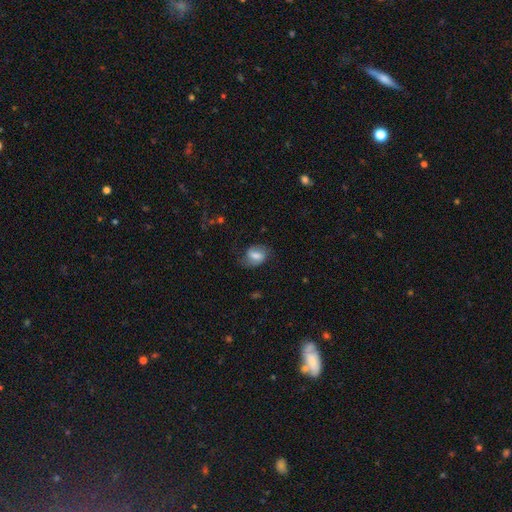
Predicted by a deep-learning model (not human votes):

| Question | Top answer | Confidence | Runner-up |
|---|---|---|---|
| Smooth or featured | smooth | 57% | featured or disk (34%) |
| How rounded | in between | 73% | round (25%) |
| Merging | none | 61% | minor disturbance (25%) |